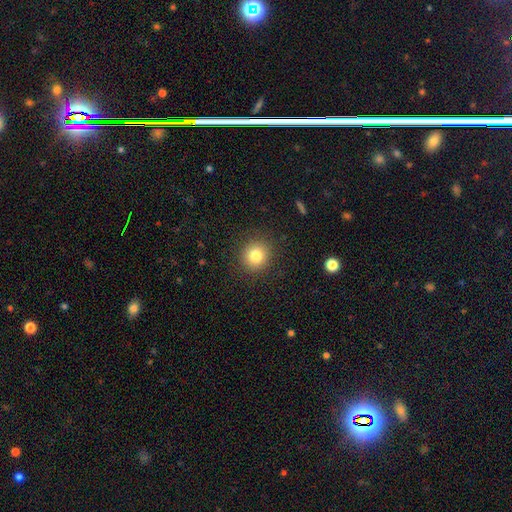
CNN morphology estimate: This is clearly a smooth galaxy (81%). How rounded: clearly round (91%). Merging: clearly none (89%).